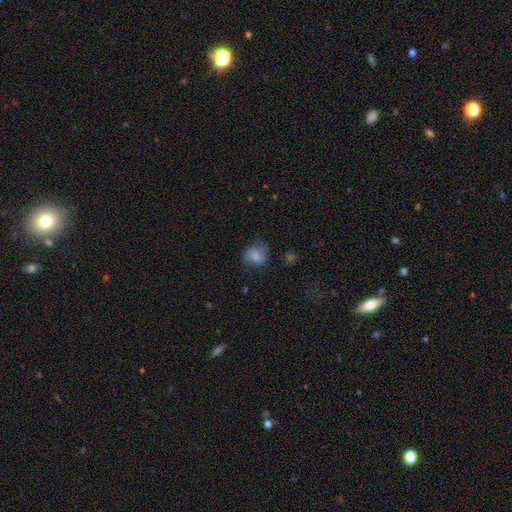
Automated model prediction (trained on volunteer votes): This is likely a smooth galaxy (69%). How rounded: possibly round (52%). Merging: possibly none (56%).